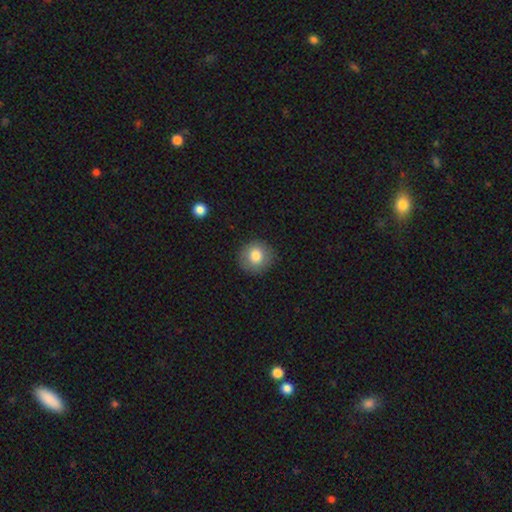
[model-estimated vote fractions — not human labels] A smooth galaxy with no disk features (80%) that is round (91%). Merging: none (88%).